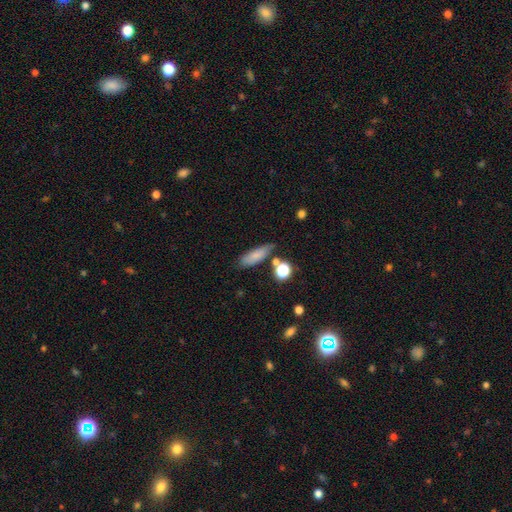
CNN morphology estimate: Overall: smooth (76%). How rounded: in between (56%; cigar-shaped 38%). Merging: none (67%).